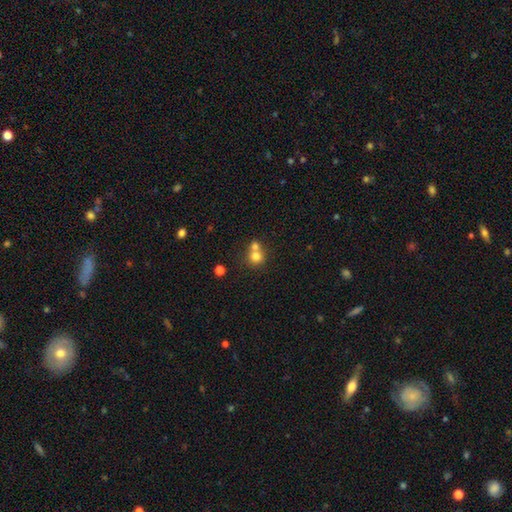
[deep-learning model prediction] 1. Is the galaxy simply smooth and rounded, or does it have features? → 75% smooth, 13% featured or disk, 12% star or artifact.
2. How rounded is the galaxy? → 86% round, 13% in between, 1% cigar-shaped.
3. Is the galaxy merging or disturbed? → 51% merger, 41% none, 6% minor disturbance, 2% major disturbance.